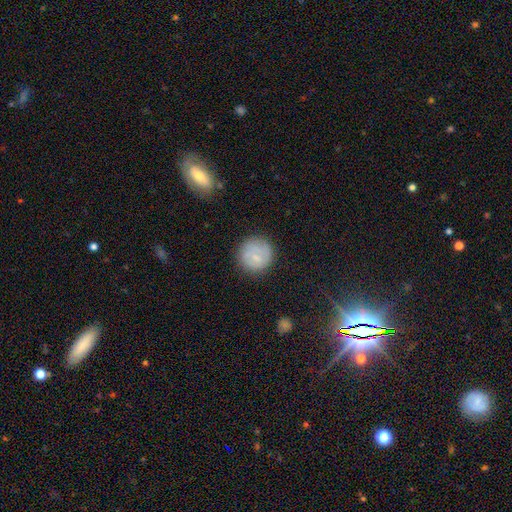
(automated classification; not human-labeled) The model was most divided on "smooth or featured": smooth: 68%, featured or disk: 23%, star or artifact: 8%. More confident: how rounded — round (93%); merging — none (80%).